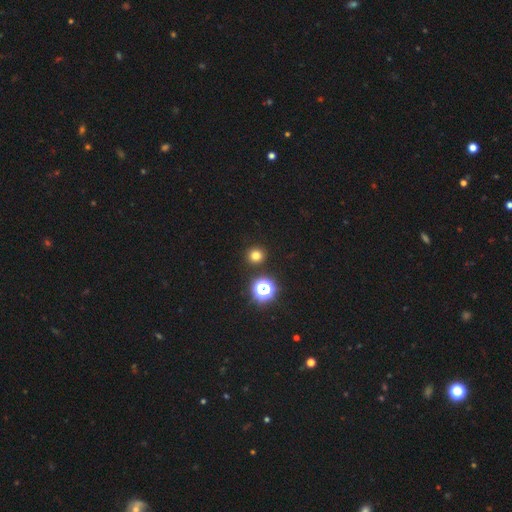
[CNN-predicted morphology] Q: Smooth or featured?
A: smooth (75%); runner-up: star or artifact (19%)
Q: How rounded?
A: round (94%); runner-up: in between (5%)
Q: Merging?
A: none (91%); runner-up: minor disturbance (4%)